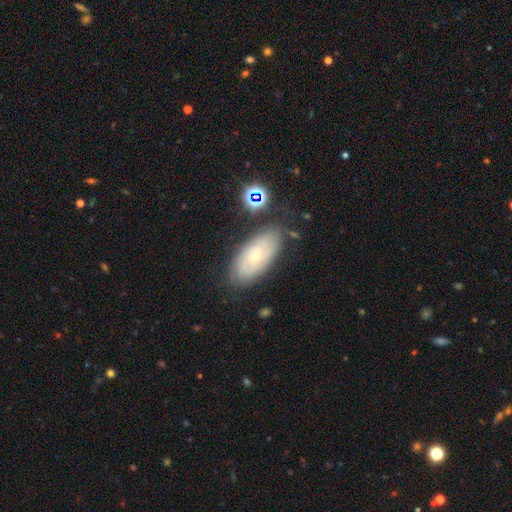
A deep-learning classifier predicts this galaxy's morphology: Overall: featured or disk (56%; smooth 34%). Edge-on disk: no (89%). Bar: no (78%). Spiral arms: yes (71%). Bulge size: small (72%). Merging: none (73%).